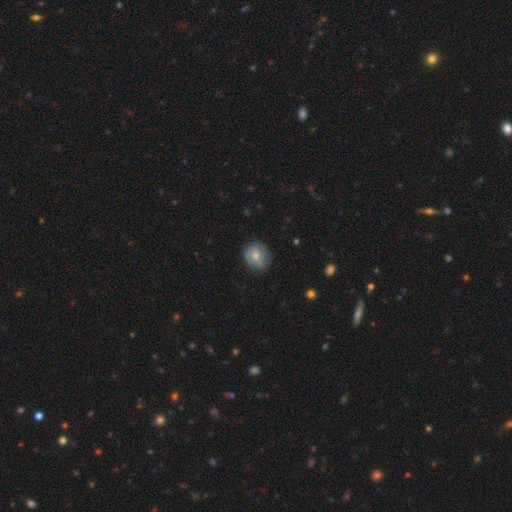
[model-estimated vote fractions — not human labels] A smooth galaxy with no disk features (59%) that is round (78%). Merging: none (72%).